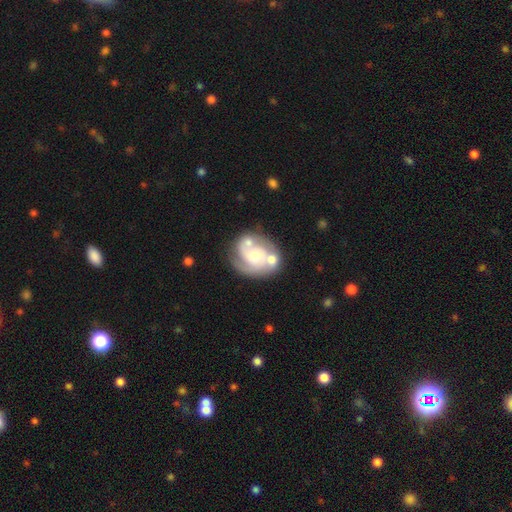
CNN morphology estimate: Smooth or featured: featured or disk — 73% (smooth — 21%)
Edge-on disk: no — 98% (yes — 2%)
Bar: no — 71% (weak — 24%)
Spiral arms: yes — 83% (no — 17%)
Spiral winding: tight — 41% (tied with medium — 41%)
Spiral arm count: 2 — 51% (can't tell — 19%)
Bulge size: moderate — 53% (small — 33%)
Merging: none — 43% (merger — 28%)